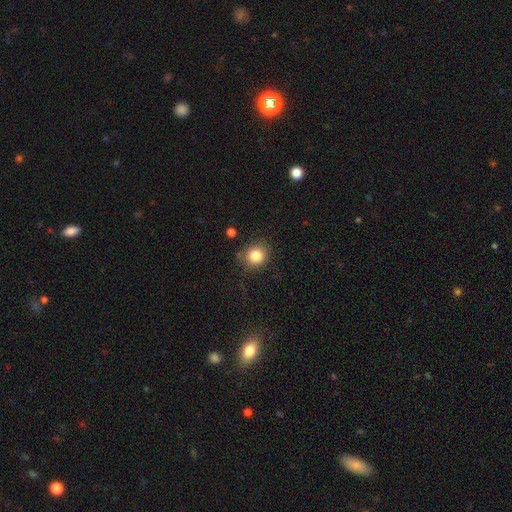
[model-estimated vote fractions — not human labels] A smooth galaxy with no disk features (84%) that is round (81%).

Vote fractions:
- Smooth or featured? smooth: 84% / star or artifact: 11% / featured or disk: 6%
- How rounded? round: 81% / in between: 18% / cigar-shaped: 1%
- Merging? none: 81% / minor disturbance: 13% / major disturbance: 4% / merger: 3%